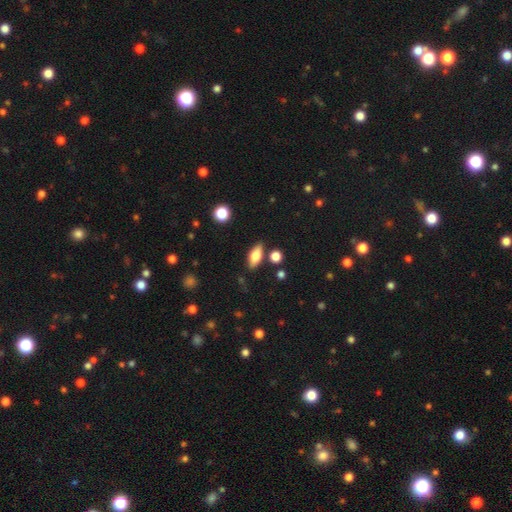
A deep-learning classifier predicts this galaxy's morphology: Q: Smooth or featured?
A: smooth (71%); runner-up: featured or disk (22%)
Q: How rounded?
A: in between (78%); runner-up: cigar-shaped (18%)
Q: Merging?
A: none (80%); runner-up: minor disturbance (12%)